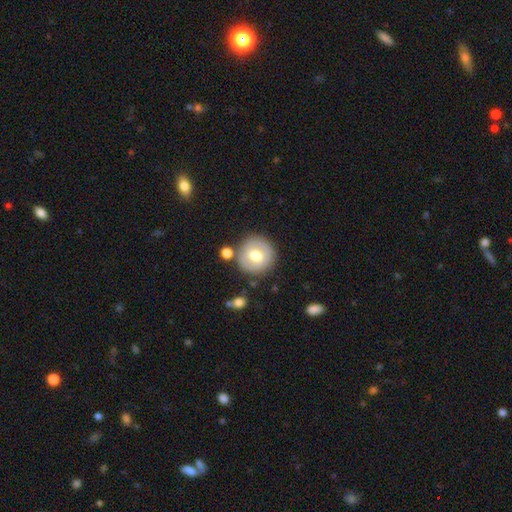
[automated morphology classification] The model was most divided on "smooth or featured": smooth: 63%, featured or disk: 29%, star or artifact: 7%. More confident: how rounded — round (93%); merging — none (79%).